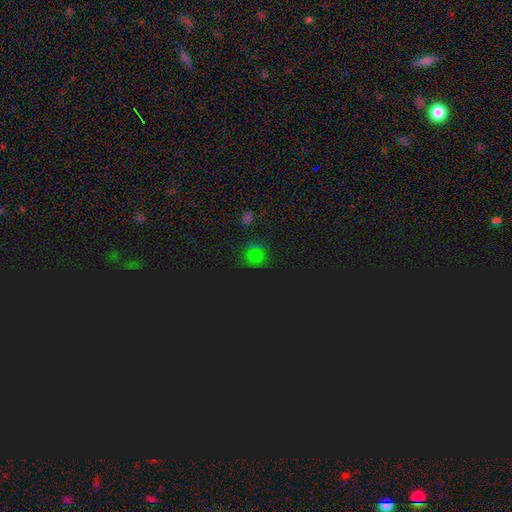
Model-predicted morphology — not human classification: smooth_or_featured: star or artifact (p=0.57) [alt: smooth p=0.36]